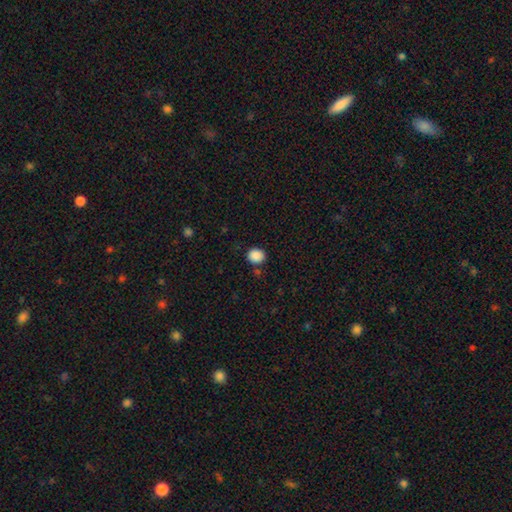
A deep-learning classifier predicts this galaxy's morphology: Smooth or featured? Predicted: smooth (p=0.88). How rounded? Predicted: round (p=0.73). Merging? Predicted: none (p=0.83).